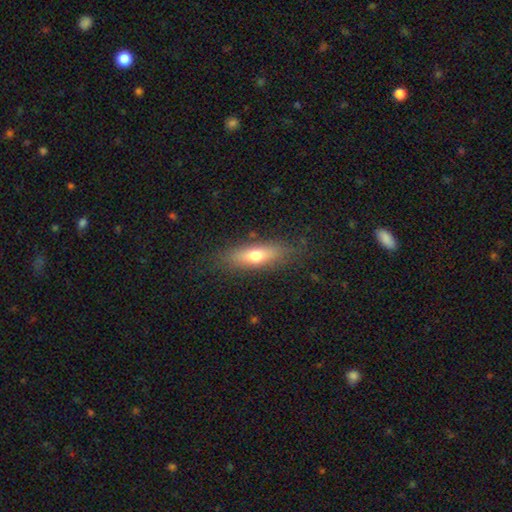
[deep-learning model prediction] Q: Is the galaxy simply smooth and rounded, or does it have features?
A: smooth — 66%.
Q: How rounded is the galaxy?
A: in between — 52%.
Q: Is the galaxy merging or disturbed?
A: none — 80%.